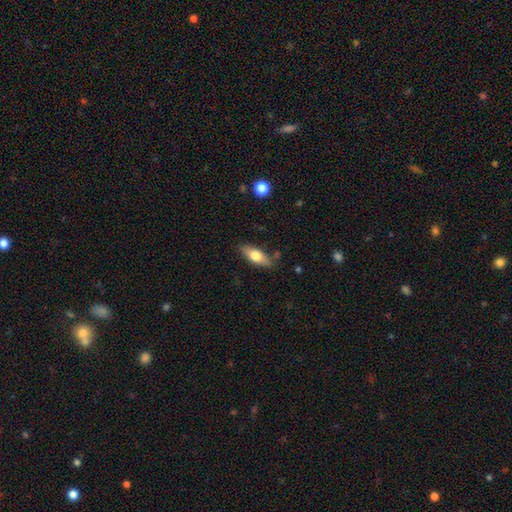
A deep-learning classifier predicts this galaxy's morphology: A smooth galaxy with no disk features (66%) that is in between round and cigar-shaped (71%).

Vote fractions:
- Smooth or featured? smooth: 66% / featured or disk: 27% / star or artifact: 6%
- How rounded? in between: 71% / cigar-shaped: 26% / round: 3%
- Merging? none: 80% / minor disturbance: 14% / major disturbance: 3% / merger: 3%